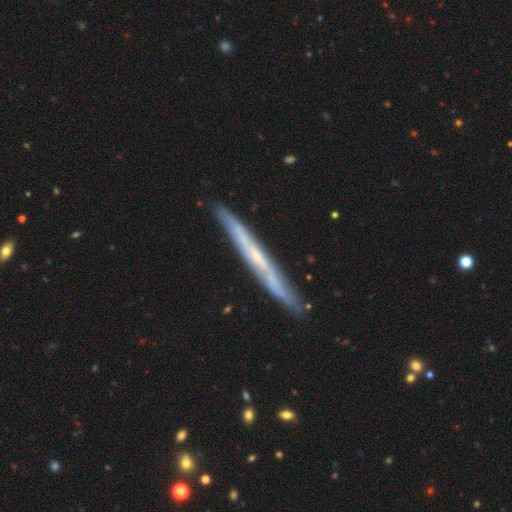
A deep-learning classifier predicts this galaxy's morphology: Smooth or featured?
  - featured or disk: 67% *
  - smooth: 27%
  - star or artifact: 6%
Edge-on disk?
  - yes: 91% *
  - no: 9%
Edge-on bulge?
  - none: 67% *
  - rounded: 29%
  - boxy: 4%
Merging?
  - none: 86% *
  - minor disturbance: 11%
  - major disturbance: 2%
  - merger: 2%